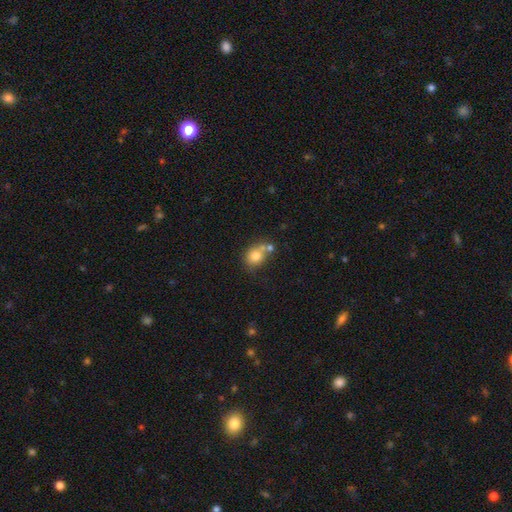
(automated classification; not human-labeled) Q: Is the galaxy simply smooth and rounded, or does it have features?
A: smooth — 76%.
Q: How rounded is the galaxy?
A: round — 67%.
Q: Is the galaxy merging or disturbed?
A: none — 45%.